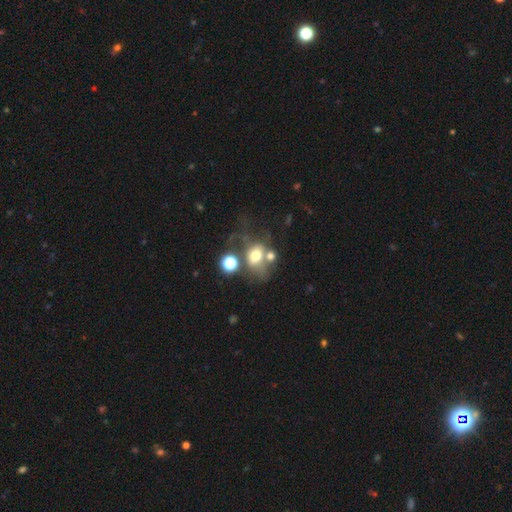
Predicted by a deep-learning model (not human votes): A smooth galaxy with no disk features (60%) that is in between round and cigar-shaped (55%). Merging: merger (31%).